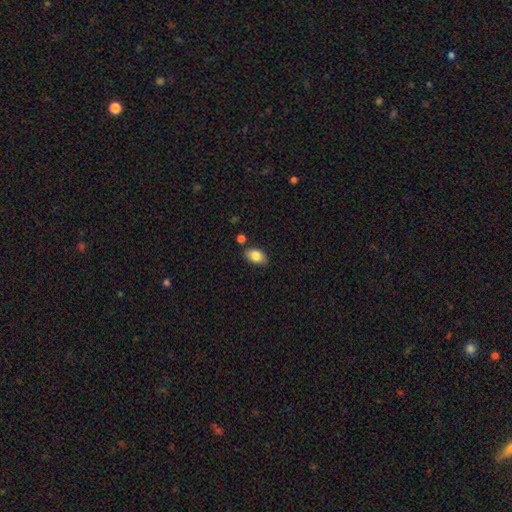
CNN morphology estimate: A smooth galaxy with no disk features (84%) that is in between round and cigar-shaped (89%). Merging: none (80%).